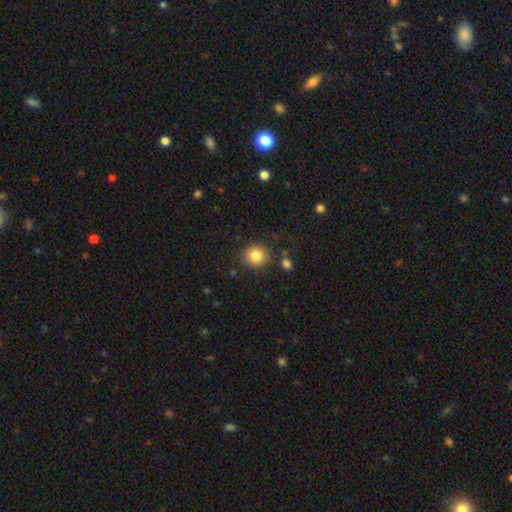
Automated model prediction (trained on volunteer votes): This is clearly a smooth galaxy (83%). How rounded: clearly round (88%). Merging: clearly none (85%).